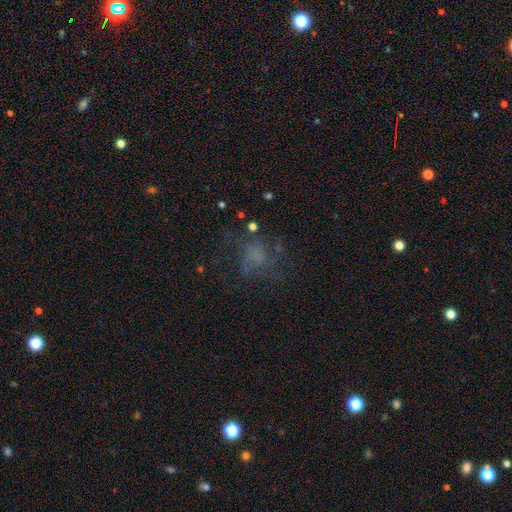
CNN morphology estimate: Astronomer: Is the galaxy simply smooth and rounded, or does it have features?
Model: smooth — 38% (runner-up: featured or disk, 37%).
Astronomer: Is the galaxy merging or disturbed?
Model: none — 53%.